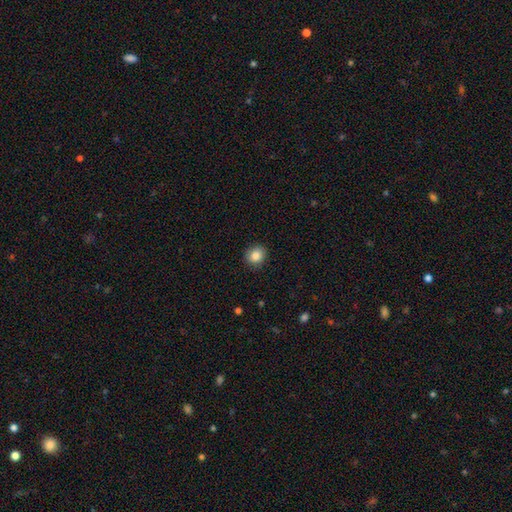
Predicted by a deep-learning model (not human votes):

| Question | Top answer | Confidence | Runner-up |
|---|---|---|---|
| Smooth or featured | smooth | 86% | star or artifact (9%) |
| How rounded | round | 77% | in between (22%) |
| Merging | none | 89% | minor disturbance (8%) |